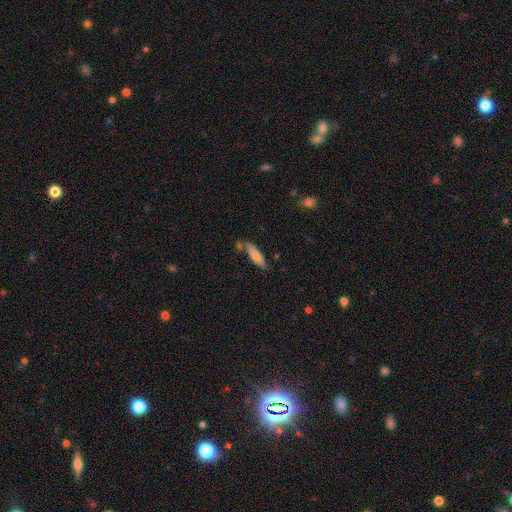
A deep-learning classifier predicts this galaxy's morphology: Smooth or featured: smooth — 69% (featured or disk — 25%)
How rounded: cigar-shaped — 68% (in between — 30%)
Merging: none — 72% (minor disturbance — 16%)